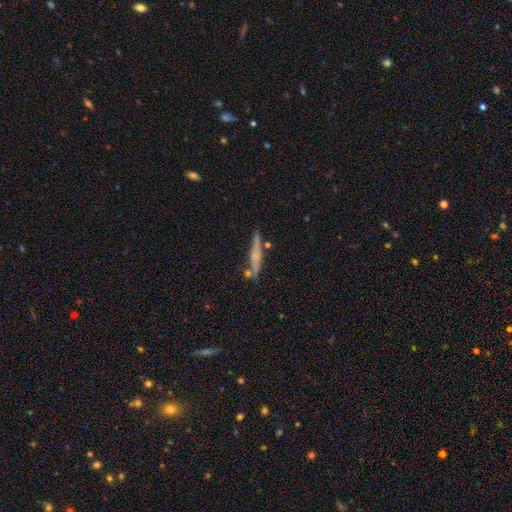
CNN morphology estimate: The model was most divided on "edge-on bulge": rounded: 47%, none: 39%, boxy: 13%. More confident: edge-on disk — yes (95%); merging — none (77%); smooth or featured — featured or disk (53%).